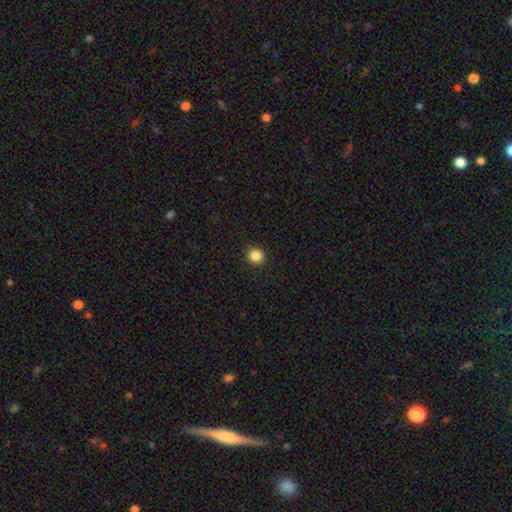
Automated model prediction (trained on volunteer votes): A smooth galaxy with no disk features (86%) that is round (92%).

Vote fractions:
- Smooth or featured? smooth: 86% / star or artifact: 11% / featured or disk: 3%
- How rounded? round: 92% / in between: 7% / cigar-shaped: 1%
- Merging? none: 92% / minor disturbance: 5% / major disturbance: 2% / merger: 1%